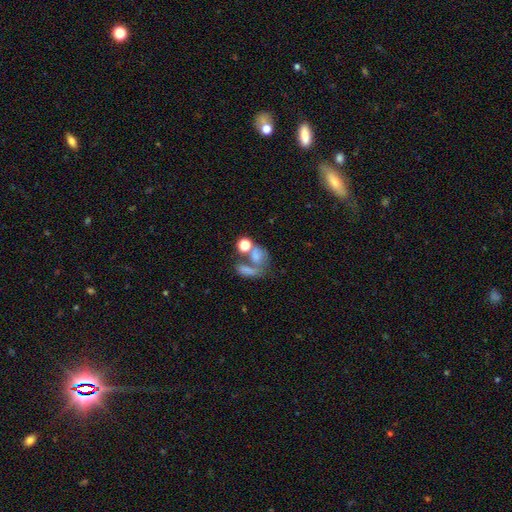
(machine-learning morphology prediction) Smooth or featured? smooth (53%)
How rounded? in between (57%)
Merging? merger (45%)